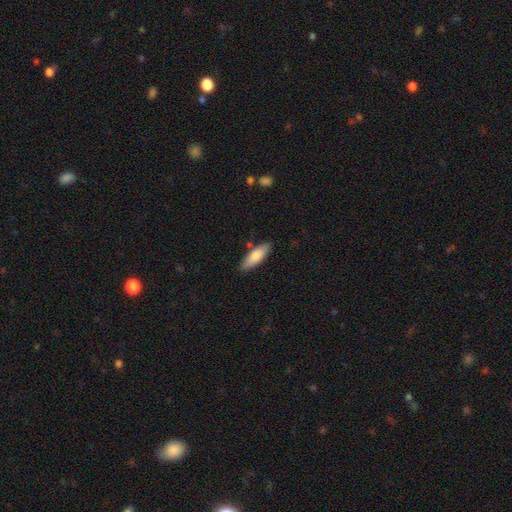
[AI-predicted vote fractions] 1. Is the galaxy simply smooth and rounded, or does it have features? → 79% smooth, 16% featured or disk, 6% star or artifact.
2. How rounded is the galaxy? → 58% in between, 40% cigar-shaped, 2% round.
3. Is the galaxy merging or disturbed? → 82% none, 12% minor disturbance, 3% merger, 2% major disturbance.